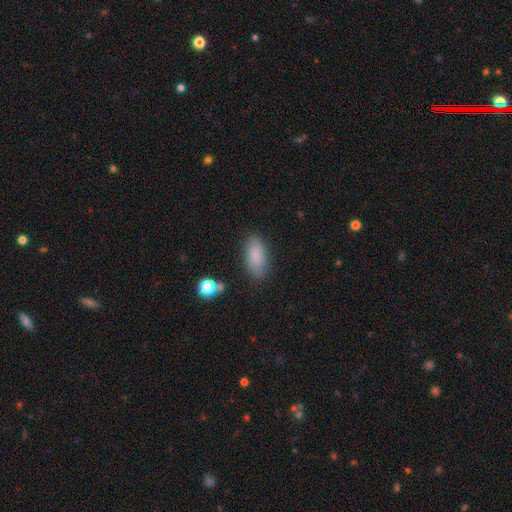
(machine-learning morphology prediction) Smooth or featured? Predicted: smooth (p=0.85). How rounded? Predicted: in between (p=0.86). Merging? Predicted: none (p=0.81).